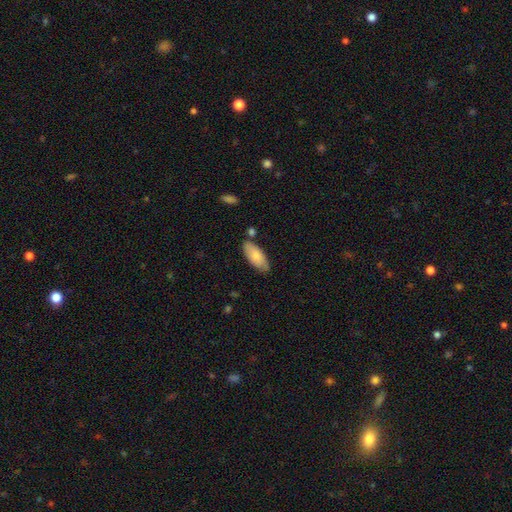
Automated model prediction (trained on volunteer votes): Morphology: type=smooth (79%); roundness=in between (85%); merging=none (76%).